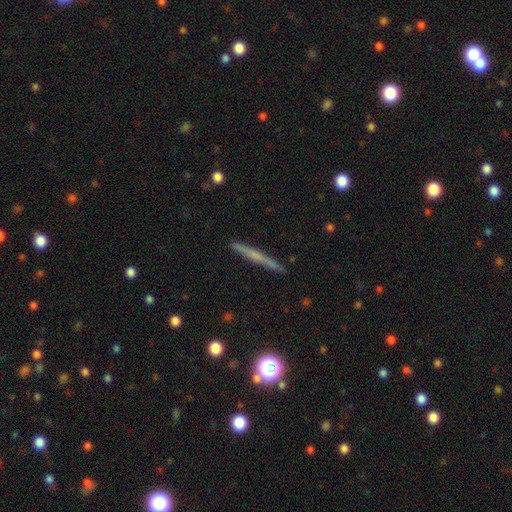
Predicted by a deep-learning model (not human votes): A featured or disk galaxy (56%) viewed edge-on (97%) with no central bulge (56%). Merging: none (92%).